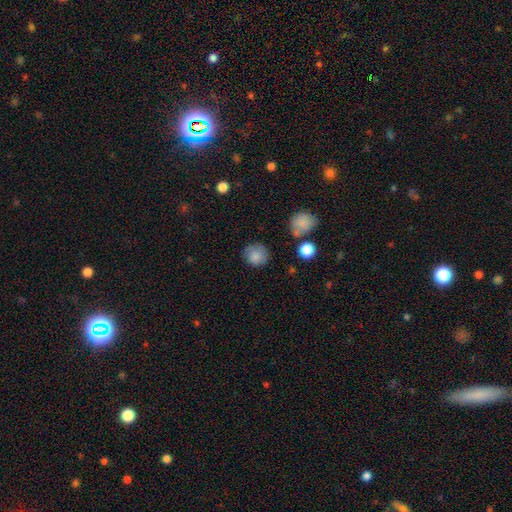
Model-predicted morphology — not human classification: smooth-or-featured: smooth: 84% | star or artifact: 9% | featured or disk: 7%
  how-rounded: round: 88% | in between: 11% | cigar-shaped: 1%
  merging: none: 74% | minor disturbance: 17% | major disturbance: 5% | merger: 3%